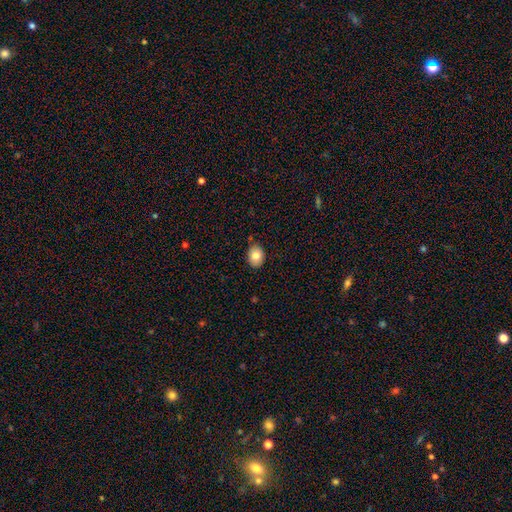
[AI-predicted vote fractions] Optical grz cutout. It shows a smooth galaxy with no disk features (82%) that is in between round and cigar-shaped (67%). Merging: none (83%).